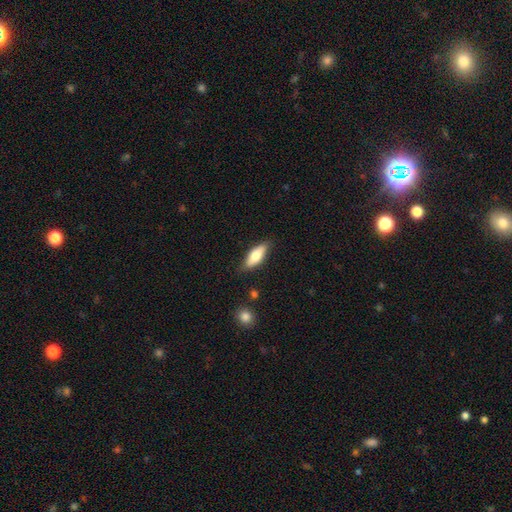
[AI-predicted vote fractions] smooth-or-featured: smooth: 72% | featured or disk: 22% | star or artifact: 6%
  how-rounded: in between: 68% | cigar-shaped: 30% | round: 2%
  merging: none: 82% | minor disturbance: 14% | major disturbance: 3% | merger: 2%